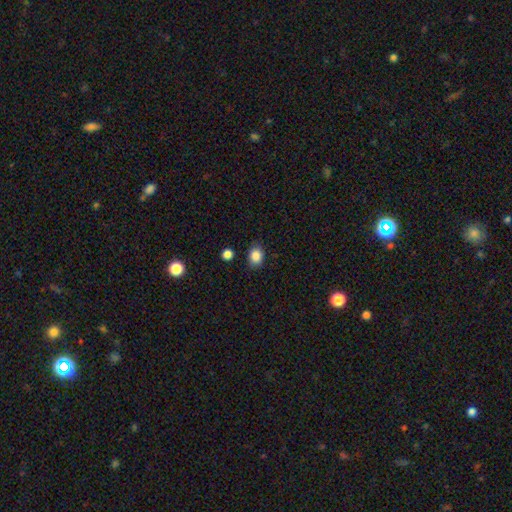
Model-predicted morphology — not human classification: smooth 86%, star or artifact 9%, featured or disk 5%. Down the decision tree: how rounded — in between (55%); merging — none (81%).